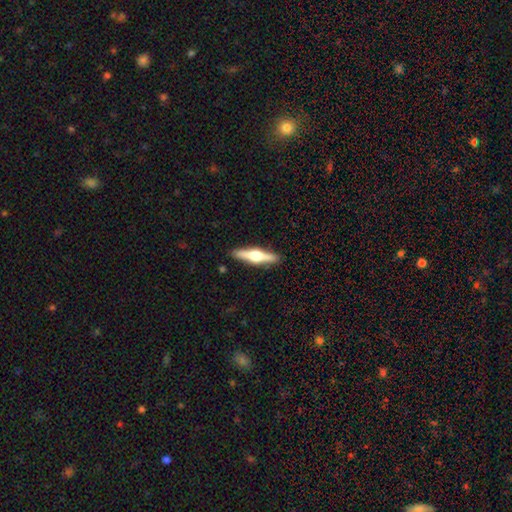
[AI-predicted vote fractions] A featured or disk galaxy (69%) viewed edge-on (97%) with a rounded central bulge (95%). Merging: none (91%).